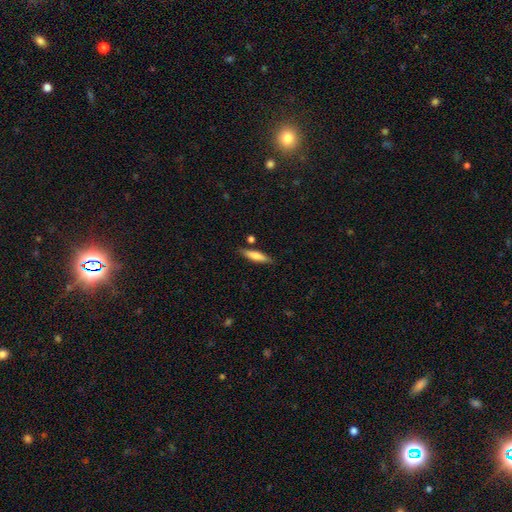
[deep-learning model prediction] smooth 76%, featured or disk 18%, star or artifact 6%. Down the decision tree: how rounded — cigar-shaped (73%); merging — none (81%).